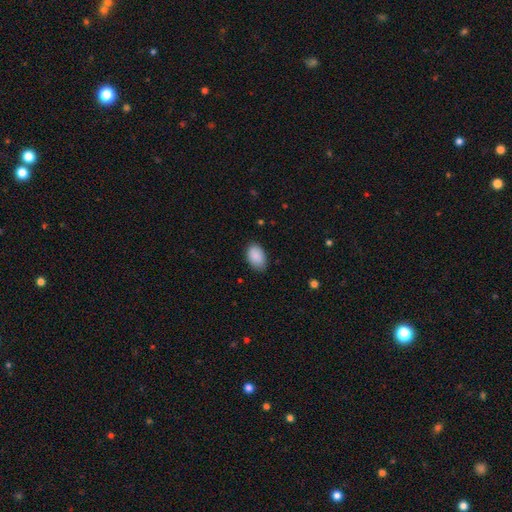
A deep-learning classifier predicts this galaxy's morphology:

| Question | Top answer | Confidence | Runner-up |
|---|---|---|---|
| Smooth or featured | smooth | 89% | star or artifact (6%) |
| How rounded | in between | 91% | round (8%) |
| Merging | none | 79% | minor disturbance (17%) |